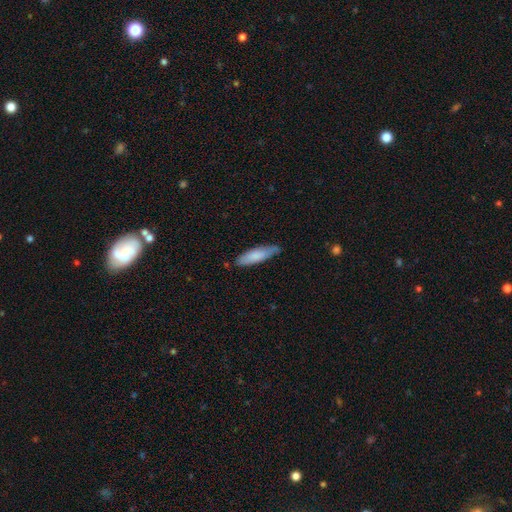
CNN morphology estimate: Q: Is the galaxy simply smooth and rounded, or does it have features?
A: smooth — 79%.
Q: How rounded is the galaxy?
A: cigar-shaped — 64%.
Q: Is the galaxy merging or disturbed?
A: none — 75%.